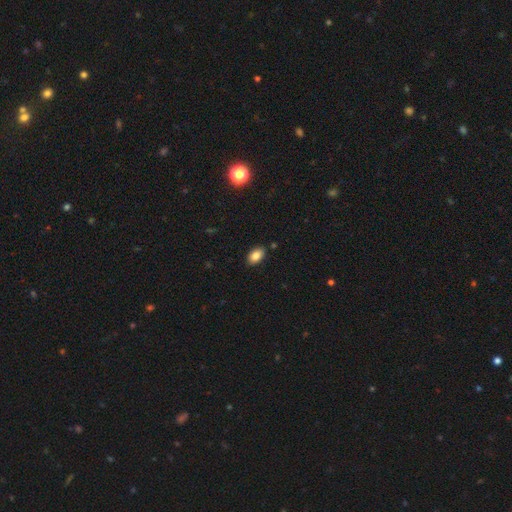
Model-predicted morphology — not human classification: Smooth or featured?
  - smooth: 84% *
  - star or artifact: 8%
  - featured or disk: 7%
How rounded?
  - in between: 90% *
  - round: 8%
  - cigar-shaped: 1%
Merging?
  - none: 87% *
  - minor disturbance: 9%
  - major disturbance: 2%
  - merger: 2%